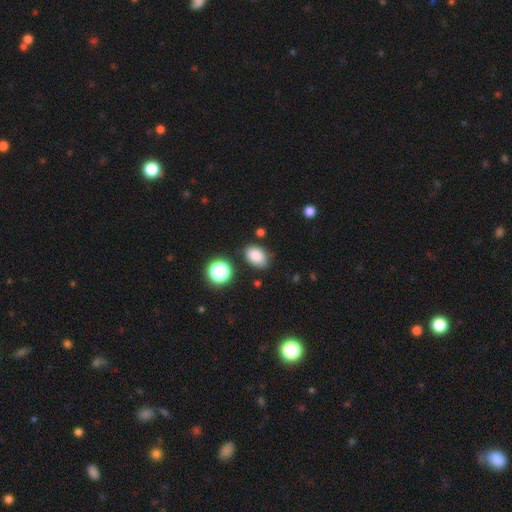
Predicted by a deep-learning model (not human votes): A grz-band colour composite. It shows a smooth galaxy with no disk features (83%) that is in between round and cigar-shaped (81%). Merging: none (74%).